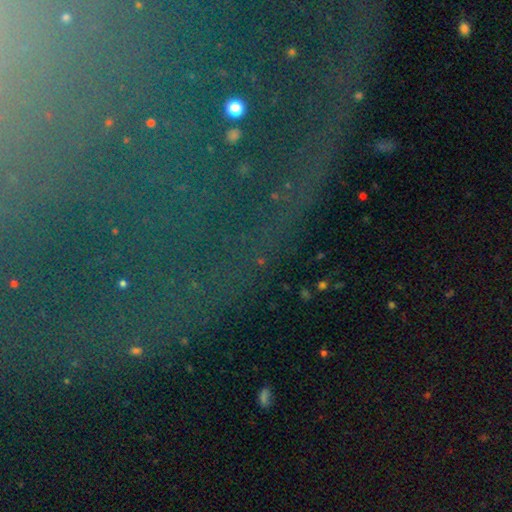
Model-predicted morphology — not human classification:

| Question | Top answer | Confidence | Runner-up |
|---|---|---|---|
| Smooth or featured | star or artifact | 74% | featured or disk (15%) |